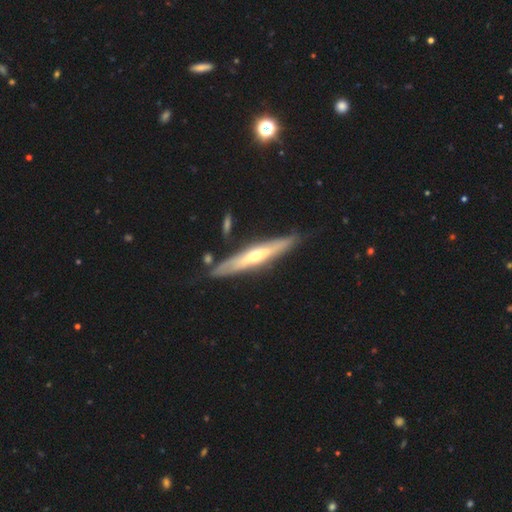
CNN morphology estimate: The model was most divided on "smooth or featured": featured or disk: 71%, smooth: 23%, star or artifact: 6%. More confident: edge-on disk — yes (85%); edge-on bulge — rounded (83%); merging — none (82%).